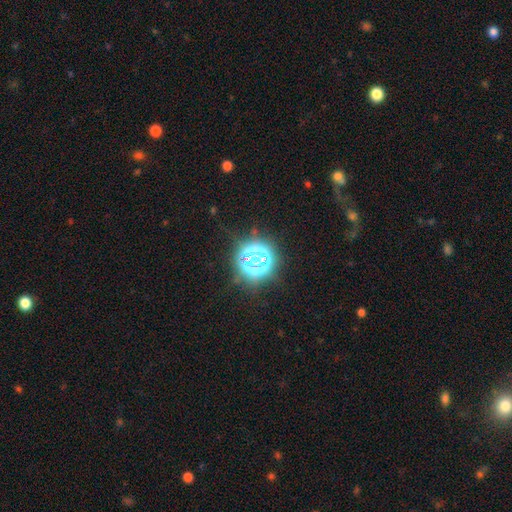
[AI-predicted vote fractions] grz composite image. It shows a star or artifact, not a galaxy (77%).